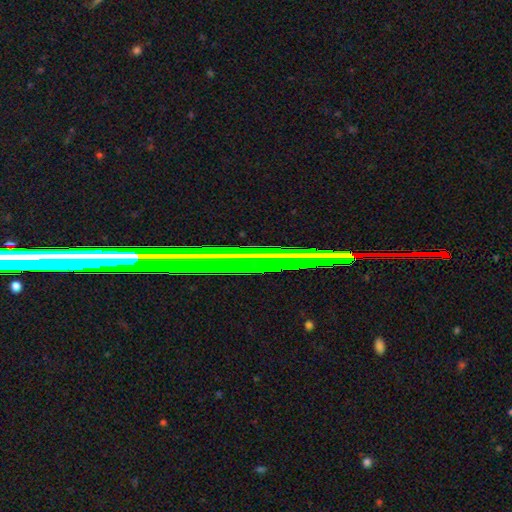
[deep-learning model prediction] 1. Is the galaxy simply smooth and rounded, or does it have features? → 64% star or artifact, 24% featured or disk, 13% smooth.